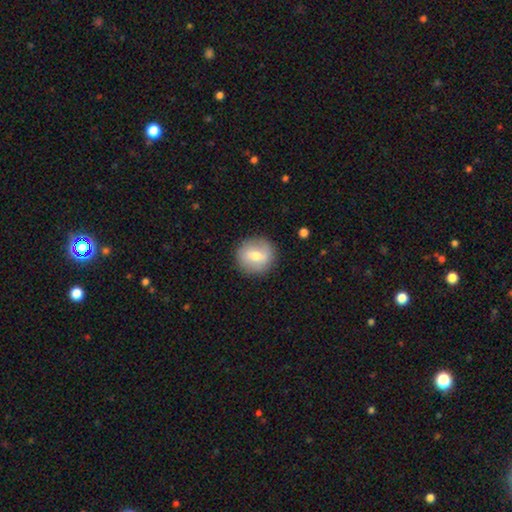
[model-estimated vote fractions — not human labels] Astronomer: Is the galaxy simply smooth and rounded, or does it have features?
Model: smooth — 63%.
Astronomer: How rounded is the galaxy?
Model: round — 90%.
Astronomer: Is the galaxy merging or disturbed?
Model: none — 88%.